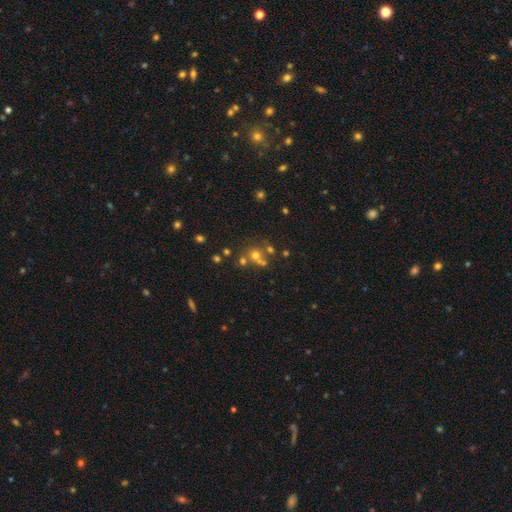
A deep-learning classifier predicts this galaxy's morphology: A smooth galaxy with no disk features (56%) that is round (84%). Merging: none (51%).